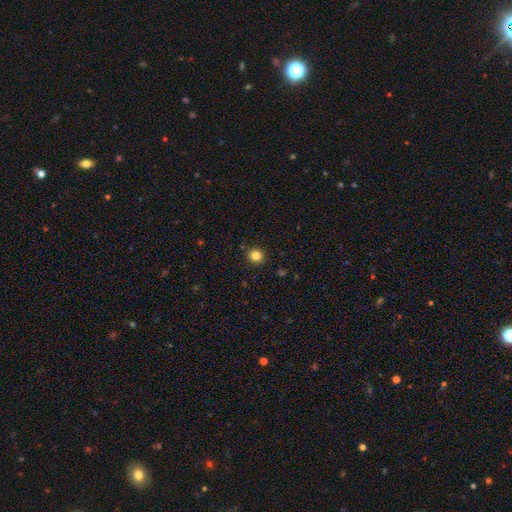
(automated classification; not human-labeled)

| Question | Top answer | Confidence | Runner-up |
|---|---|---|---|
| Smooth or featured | smooth | 83% | star or artifact (12%) |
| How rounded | round | 90% | in between (9%) |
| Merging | none | 91% | minor disturbance (6%) |